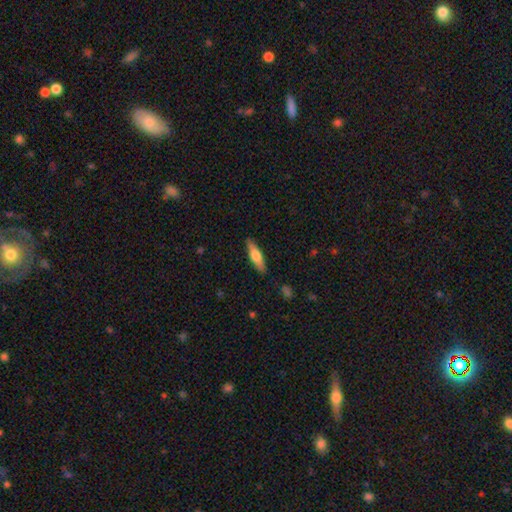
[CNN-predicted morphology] Smooth or featured: smooth — 54% (featured or disk — 40%)
How rounded: cigar-shaped — 69% (in between — 29%)
Merging: none — 89% (minor disturbance — 8%)